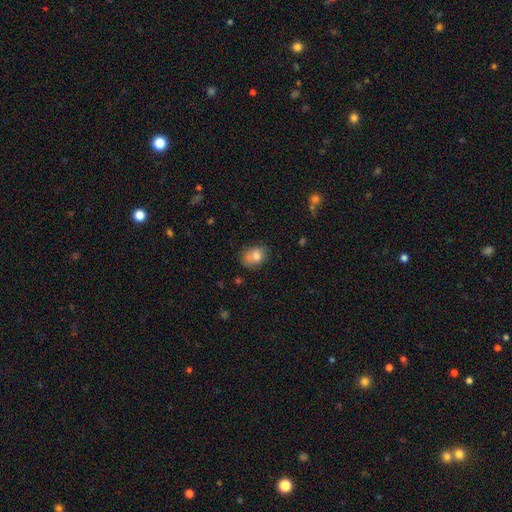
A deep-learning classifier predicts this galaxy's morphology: smooth_or_featured: smooth (p=0.79) [alt: featured or disk p=0.12]
how_rounded: in between (p=0.58) [alt: round p=0.41]
merging: none (p=0.60) [alt: minor disturbance p=0.26]